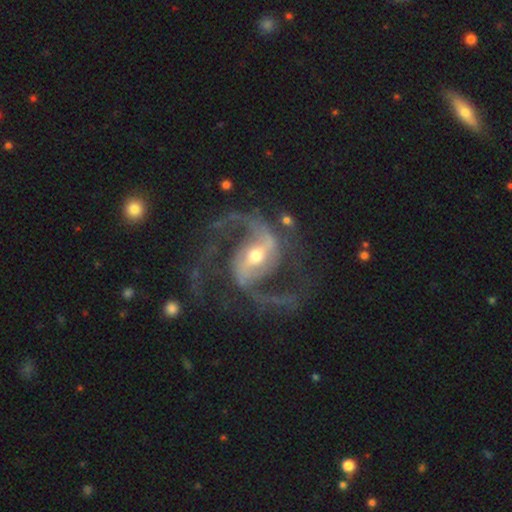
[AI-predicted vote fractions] Q: Smooth or featured?
A: featured or disk (93%); runner-up: star or artifact (4%)
Q: Edge-on disk?
A: no (98%); runner-up: yes (2%)
Q: Bar?
A: strong (52%); runner-up: weak (36%)
Q: Spiral arms?
A: yes (98%); runner-up: no (2%)
Q: Spiral winding?
A: medium (54%); runner-up: loose (36%)
Q: Spiral arm count?
A: 2 (89%); runner-up: 3 (4%)
Q: Bulge size?
A: moderate (55%); runner-up: small (38%)
Q: Merging?
A: none (68%); runner-up: major disturbance (15%)